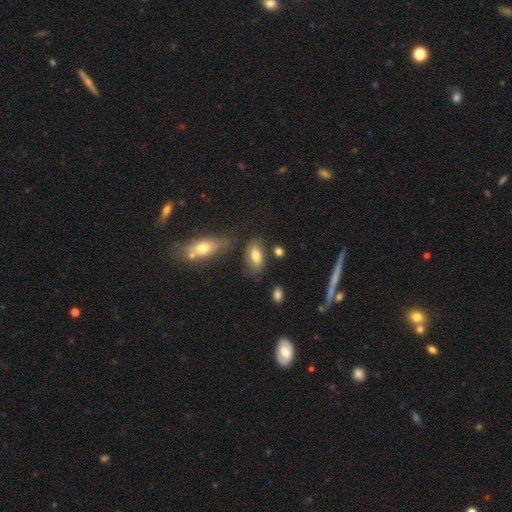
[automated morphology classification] smooth-or-featured: smooth: 74% | featured or disk: 18% | star or artifact: 8%
  how-rounded: in between: 90% | cigar-shaped: 5% | round: 4%
  merging: none: 67% | minor disturbance: 19% | merger: 8% | major disturbance: 6%